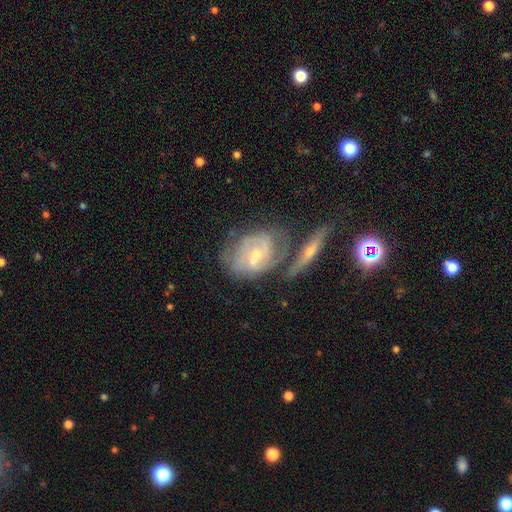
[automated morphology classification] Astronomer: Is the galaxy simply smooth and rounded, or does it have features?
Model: featured or disk — 73%.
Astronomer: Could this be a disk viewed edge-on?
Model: no — 94%.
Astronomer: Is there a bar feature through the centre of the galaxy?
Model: no — 55% (runner-up: weak, 35%).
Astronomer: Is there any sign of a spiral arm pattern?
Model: yes — 80%.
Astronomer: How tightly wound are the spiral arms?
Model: medium — 42%, tied with tight at 42%.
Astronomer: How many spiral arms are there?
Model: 2 — 49% (runner-up: can't tell, 30%).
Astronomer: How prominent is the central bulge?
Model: small — 60%.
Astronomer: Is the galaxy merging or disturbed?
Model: merger — 39% (runner-up: none, 32%).